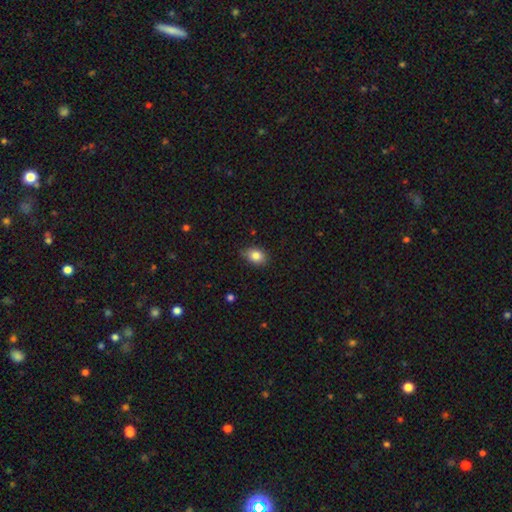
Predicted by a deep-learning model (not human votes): The model was most divided on "how rounded": in between: 74%, round: 24%, cigar-shaped: 1%. More confident: smooth or featured — smooth (83%); merging — none (76%).